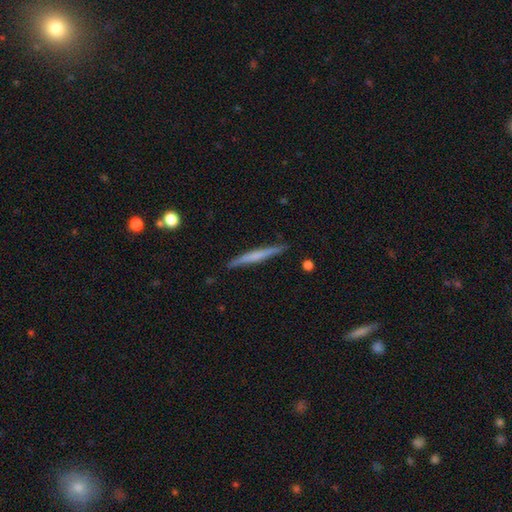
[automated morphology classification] type=featured or disk (49%); merging=none (89%).